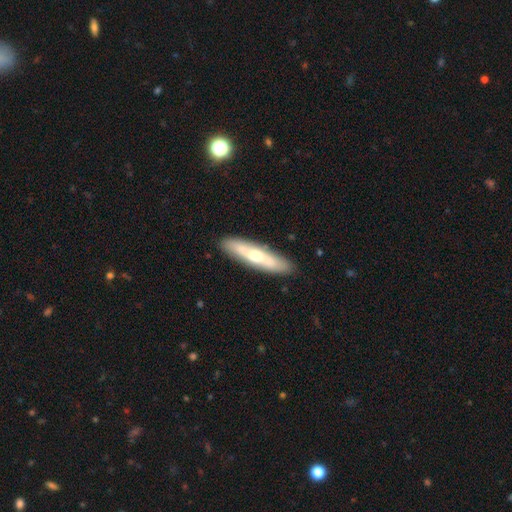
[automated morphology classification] A smooth galaxy with no disk features (48%).

Vote fractions:
- Smooth or featured? smooth: 48% / featured or disk: 47% / star or artifact: 5%
- Merging? none: 87% / minor disturbance: 9% / major disturbance: 2% / merger: 2%